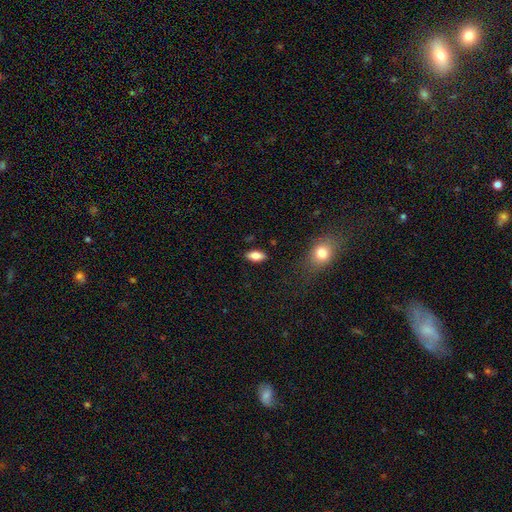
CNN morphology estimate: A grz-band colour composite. It shows a smooth galaxy with no disk features (81%) that is in between round and cigar-shaped (88%). Merging: none (87%).